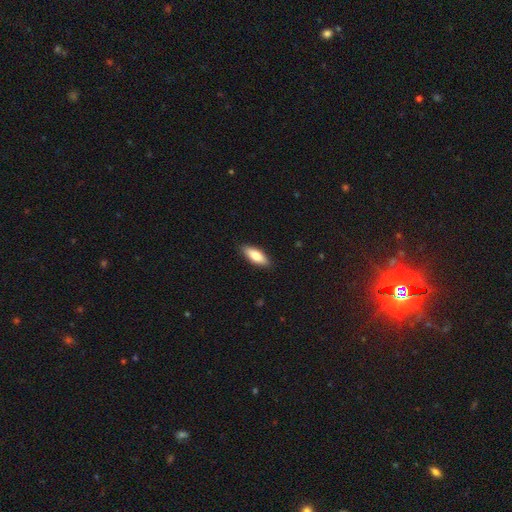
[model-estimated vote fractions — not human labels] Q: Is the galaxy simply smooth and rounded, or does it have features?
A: smooth — 76%.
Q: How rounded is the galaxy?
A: in between — 66%.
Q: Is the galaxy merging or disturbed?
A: none — 89%.